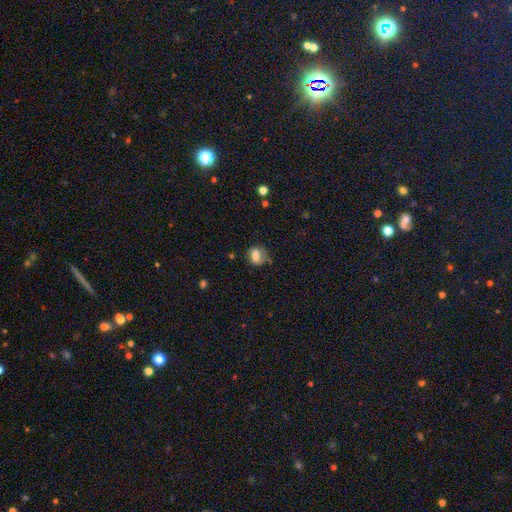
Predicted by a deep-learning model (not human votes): Smooth or featured: smooth — 69% (featured or disk — 20%)
How rounded: in between — 49% (tied with round — 49%)
Merging: none — 54% (minor disturbance — 27%)